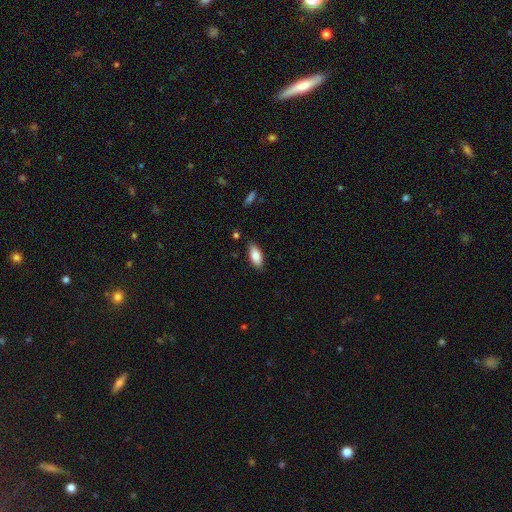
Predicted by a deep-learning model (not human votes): Smooth or featured? Predicted: smooth (p=0.83). How rounded? Predicted: in between (p=0.86). Merging? Predicted: none (p=0.85).